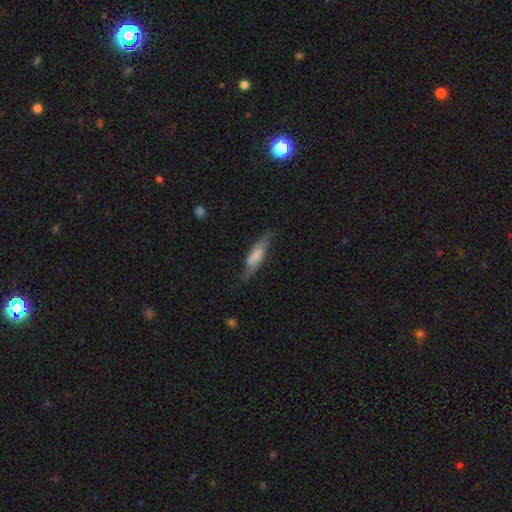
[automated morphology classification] smooth 53%, featured or disk 41%, star or artifact 6%. Down the decision tree: how rounded — cigar-shaped (57%); merging — none (61%).